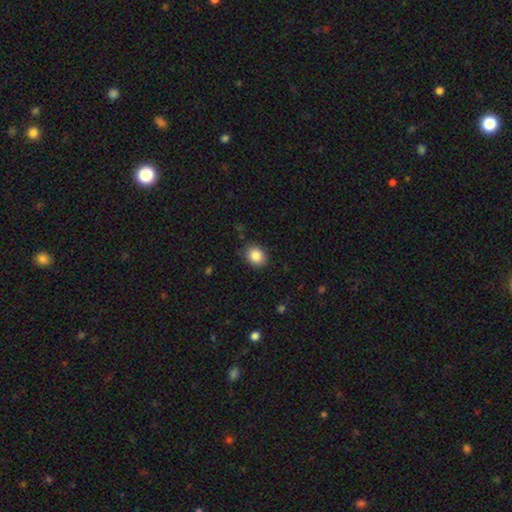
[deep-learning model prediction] Q: Smooth or featured?
A: smooth (86%); runner-up: star or artifact (9%)
Q: How rounded?
A: round (56%); runner-up: in between (43%)
Q: Merging?
A: none (85%); runner-up: minor disturbance (11%)